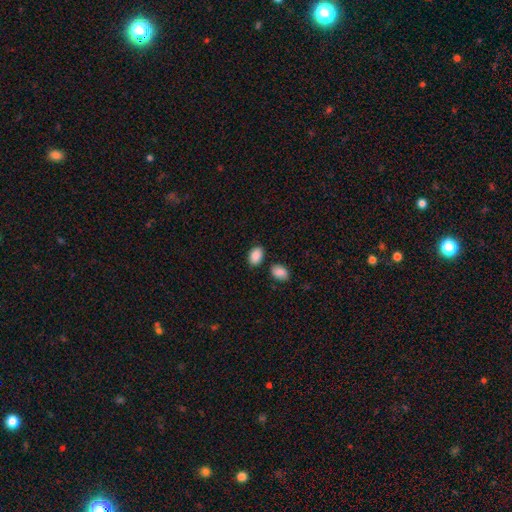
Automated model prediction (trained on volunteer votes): Smooth or featured: smooth — 89% (star or artifact — 7%)
How rounded: in between — 87% (round — 12%)
Merging: none — 79% (minor disturbance — 12%)